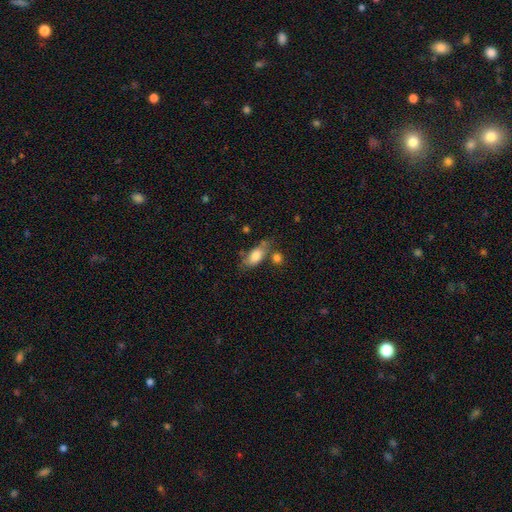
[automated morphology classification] A smooth galaxy with no disk features (78%) that is in between round and cigar-shaped (85%).

Vote fractions:
- Smooth or featured? smooth: 78% / featured or disk: 15% / star or artifact: 7%
- How rounded? in between: 85% / cigar-shaped: 10% / round: 5%
- Merging? none: 57% / minor disturbance: 21% / merger: 14% / major disturbance: 7%